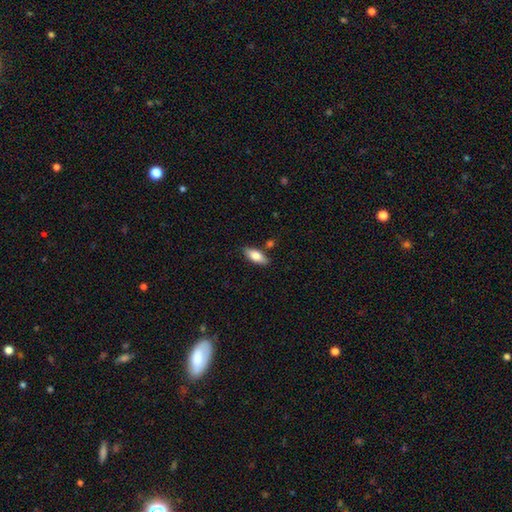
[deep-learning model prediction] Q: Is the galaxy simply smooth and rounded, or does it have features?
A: smooth — 73%.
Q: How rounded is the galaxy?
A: in between — 80%.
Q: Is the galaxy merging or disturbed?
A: none — 82%.